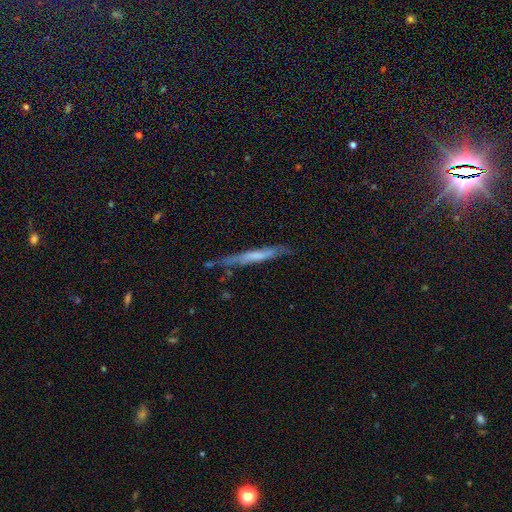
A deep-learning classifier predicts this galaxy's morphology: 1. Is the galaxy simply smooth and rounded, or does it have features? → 47% smooth, 46% featured or disk, 7% star or artifact.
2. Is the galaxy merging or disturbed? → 68% none, 23% minor disturbance, 5% major disturbance, 4% merger.